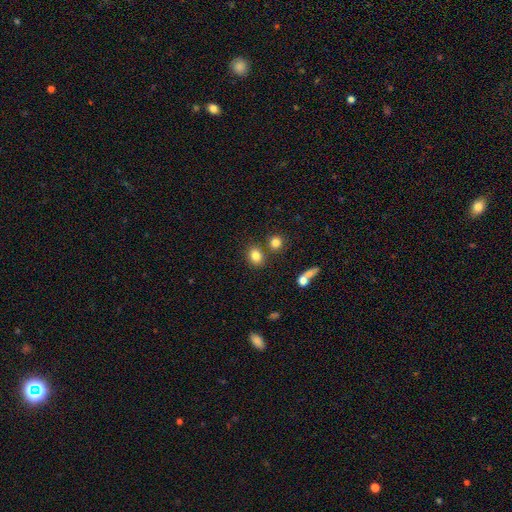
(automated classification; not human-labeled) smooth-or-featured: smooth: 82% | star or artifact: 11% | featured or disk: 7%
  how-rounded: round: 57% | in between: 42% | cigar-shaped: 1%
  merging: none: 73% | merger: 14% | minor disturbance: 9% | major disturbance: 4%